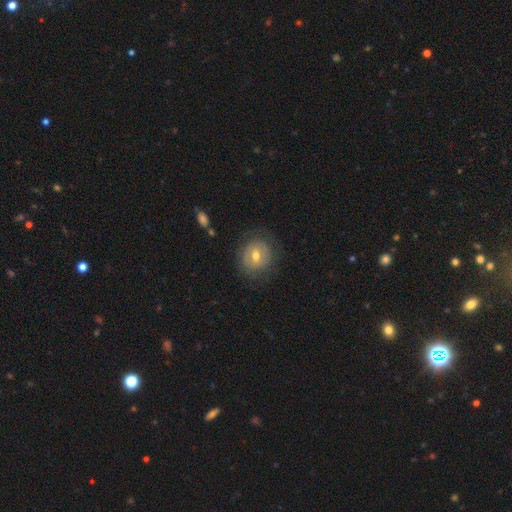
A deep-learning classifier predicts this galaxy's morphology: Smooth or featured: smooth — 47% (featured or disk — 45%)
Merging: none — 75% (minor disturbance — 16%)